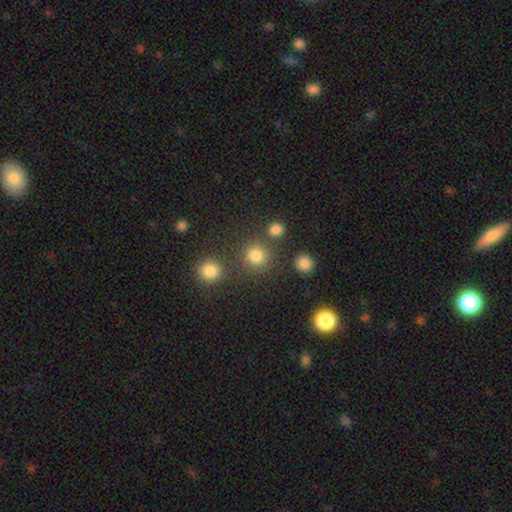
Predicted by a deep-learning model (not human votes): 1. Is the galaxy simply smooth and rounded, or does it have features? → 79% smooth, 16% star or artifact, 5% featured or disk.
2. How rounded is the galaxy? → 91% round, 8% in between, 1% cigar-shaped.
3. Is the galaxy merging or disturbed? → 79% none, 10% merger, 8% minor disturbance, 4% major disturbance.